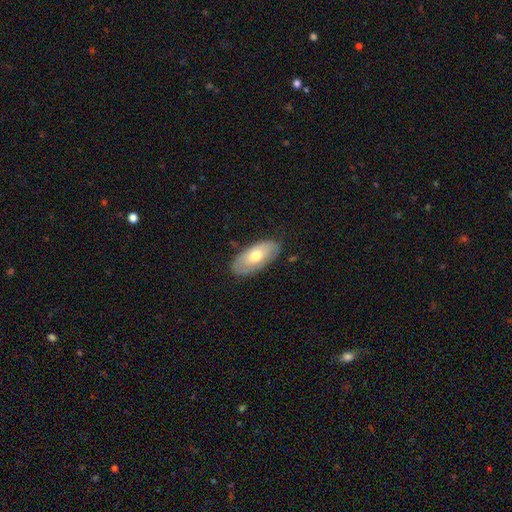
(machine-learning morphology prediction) This is likely a smooth galaxy (61%). How rounded: clearly in between (90%). Merging: clearly none (81%).